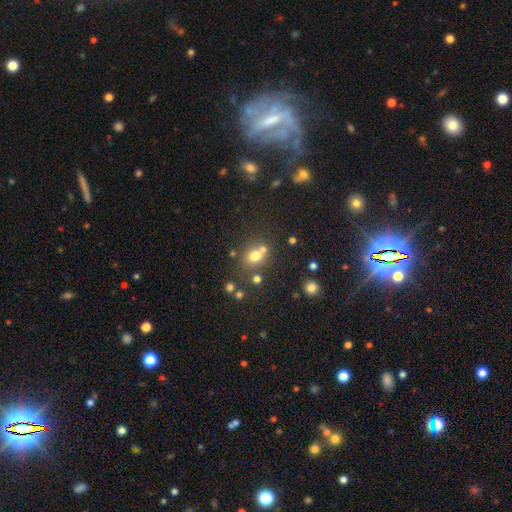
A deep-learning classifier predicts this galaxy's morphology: A smooth galaxy with no disk features (70%) that is round (66%).

Vote fractions:
- Smooth or featured? smooth: 70% / star or artifact: 17% / featured or disk: 13%
- How rounded? round: 66% / in between: 33% / cigar-shaped: 1%
- Merging? none: 53% / merger: 32% / minor disturbance: 11% / major disturbance: 5%